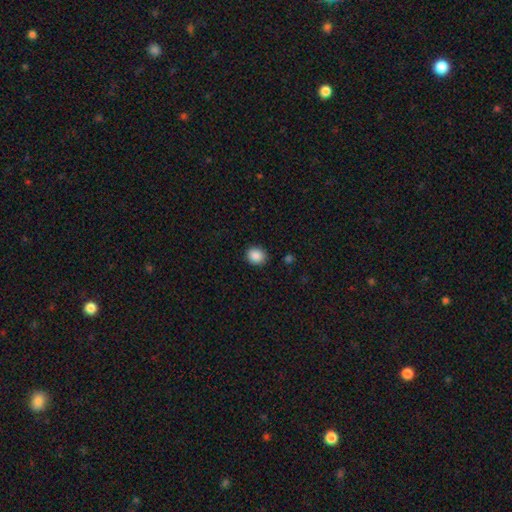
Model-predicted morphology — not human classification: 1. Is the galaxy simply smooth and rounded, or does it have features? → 88% smooth, 9% star or artifact, 3% featured or disk.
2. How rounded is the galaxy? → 73% round, 27% in between, 1% cigar-shaped.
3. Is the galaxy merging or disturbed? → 89% none, 8% minor disturbance, 2% major disturbance, 1% merger.